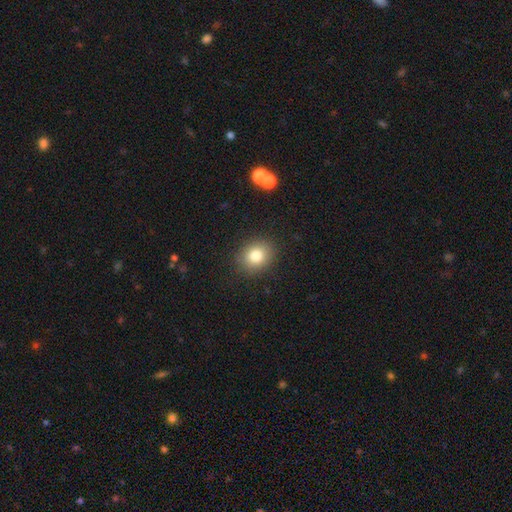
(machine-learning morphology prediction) A smooth galaxy with no disk features (81%) that is round (63%). Merging: none (88%).